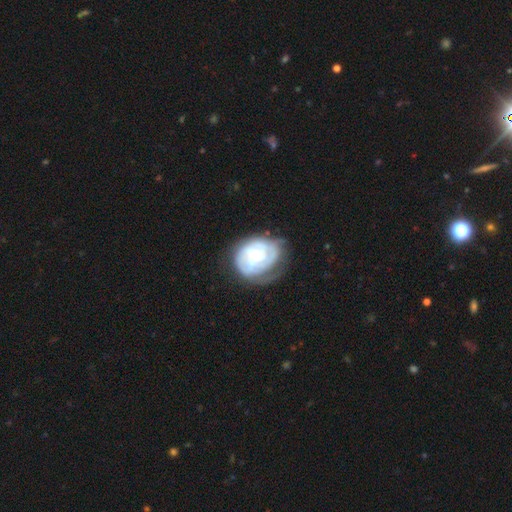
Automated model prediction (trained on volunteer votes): Smooth or featured? Predicted: featured or disk (p=0.75). Edge-on disk? Predicted: no (p=0.98). Bar? Predicted: no (p=0.60). Spiral arms? Predicted: yes (p=0.87). Spiral winding? Predicted: tight (p=0.63). Spiral arm count? Predicted: can't tell (p=0.41). Bulge size? Predicted: moderate (p=0.55). Merging? Predicted: none (p=0.50).